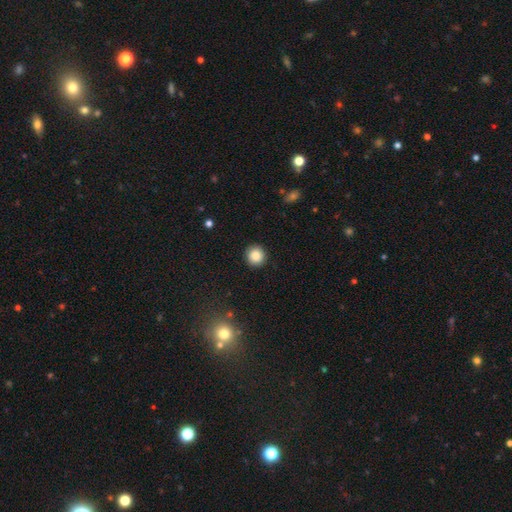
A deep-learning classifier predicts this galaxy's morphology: Q: Smooth or featured?
A: smooth (84%); runner-up: star or artifact (10%)
Q: How rounded?
A: round (93%); runner-up: in between (6%)
Q: Merging?
A: none (91%); runner-up: minor disturbance (6%)